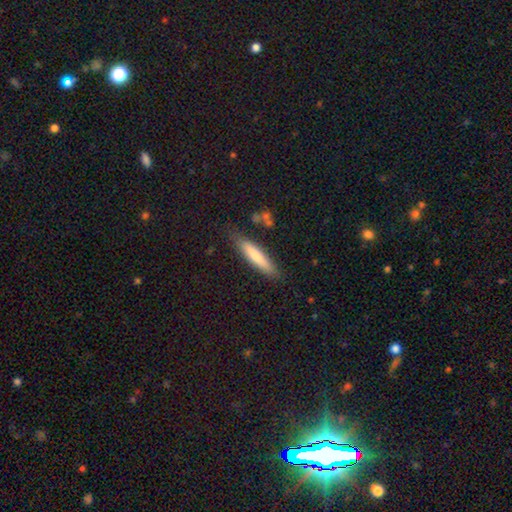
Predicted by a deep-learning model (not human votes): Morphology: type=smooth (74%); roundness=cigar-shaped (85%); merging=none (81%).